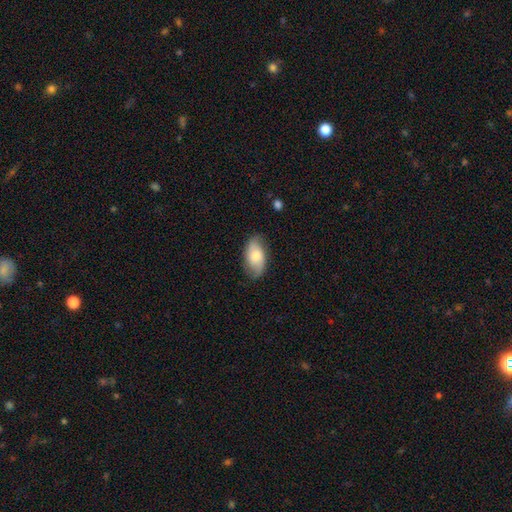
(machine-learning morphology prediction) The model was most divided on "smooth or featured": smooth: 60%, featured or disk: 33%, star or artifact: 7%. More confident: how rounded — in between (93%); merging — none (74%).